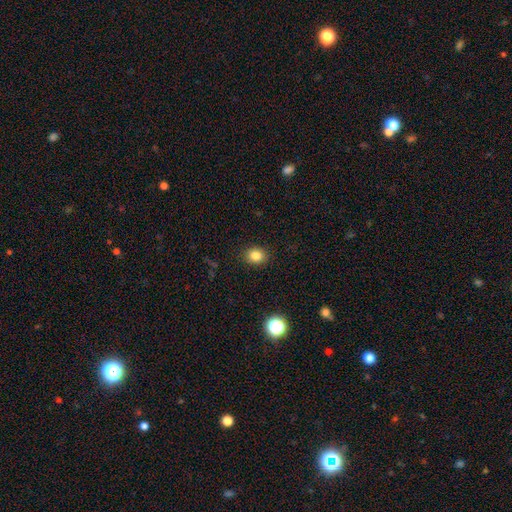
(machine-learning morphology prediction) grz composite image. It shows a smooth galaxy with no disk features (83%) that is round (60%). Merging: none (90%).